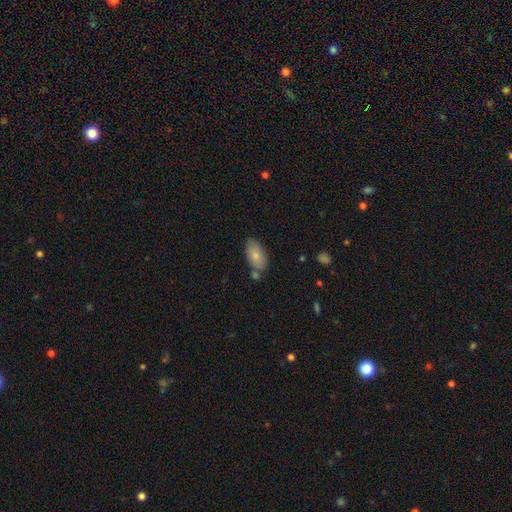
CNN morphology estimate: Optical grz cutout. It shows a smooth galaxy with no disk features (78%) that is in between round and cigar-shaped (94%). Merging: none (66%).